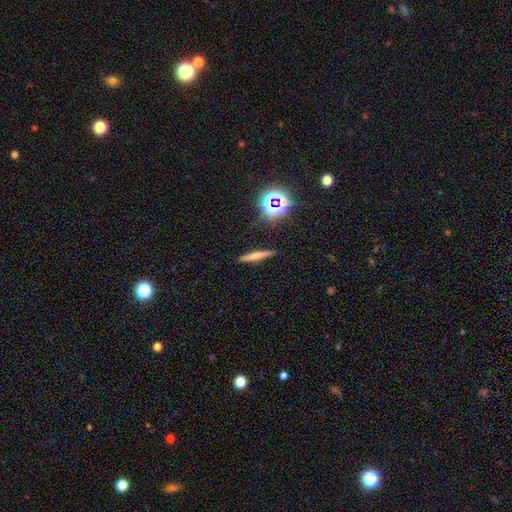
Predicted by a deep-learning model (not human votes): The model was most divided on "smooth or featured": smooth: 52%, featured or disk: 33%, star or artifact: 15%. More confident: how rounded — cigar-shaped (89%); merging — none (88%).